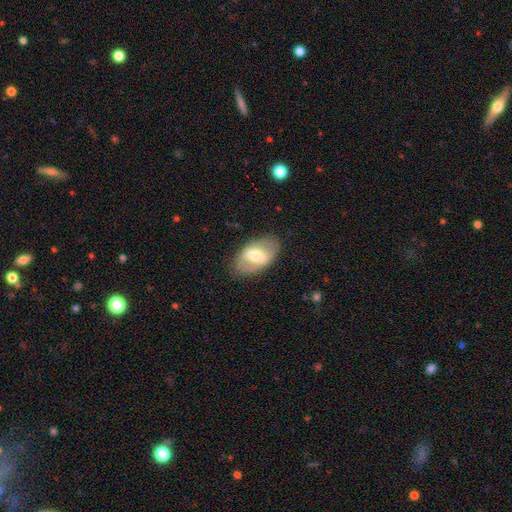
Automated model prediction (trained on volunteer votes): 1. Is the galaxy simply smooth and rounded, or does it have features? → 51% featured or disk, 43% smooth, 6% star or artifact.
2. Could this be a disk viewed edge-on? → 90% no, 10% yes.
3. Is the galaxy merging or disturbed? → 79% none, 14% minor disturbance, 6% major disturbance, 1% merger.